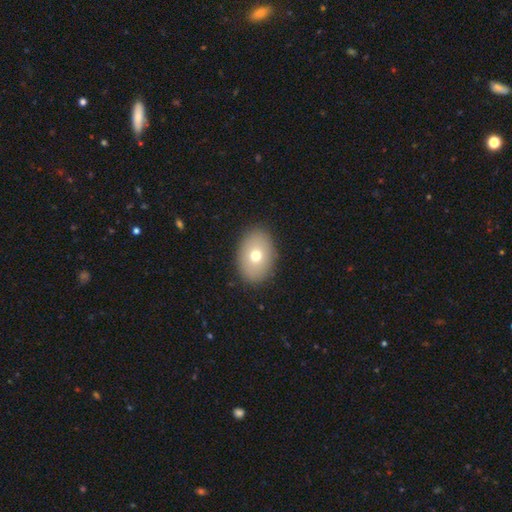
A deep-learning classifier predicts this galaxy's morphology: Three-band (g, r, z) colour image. It shows a smooth galaxy with no disk features (71%) that is in between round and cigar-shaped (79%). Merging: none (89%).